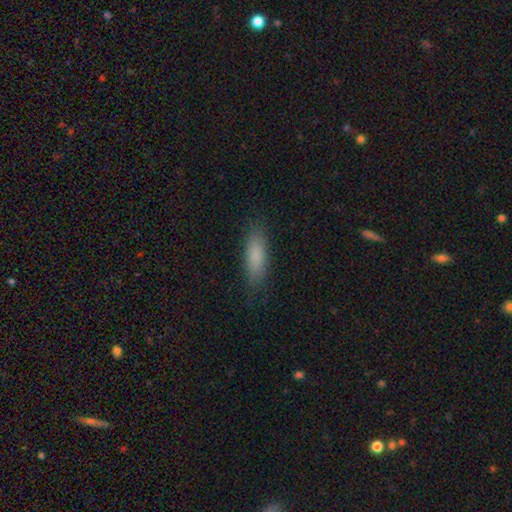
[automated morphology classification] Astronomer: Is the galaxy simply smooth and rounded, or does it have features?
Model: smooth — 84%.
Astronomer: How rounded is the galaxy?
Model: cigar-shaped — 51% (runner-up: in between, 48%).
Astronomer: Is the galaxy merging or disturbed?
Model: none — 85%.